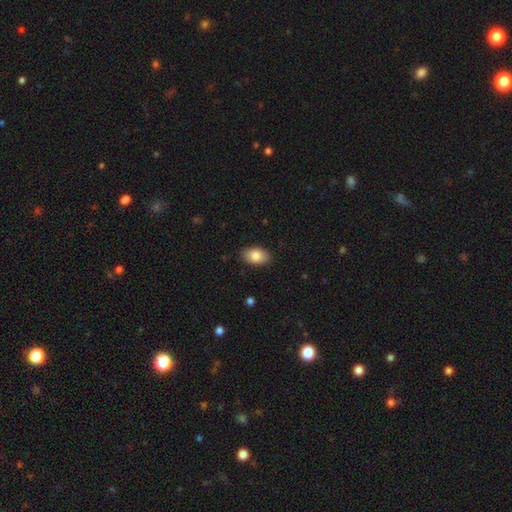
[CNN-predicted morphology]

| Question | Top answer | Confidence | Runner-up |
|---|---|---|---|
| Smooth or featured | smooth | 84% | featured or disk (9%) |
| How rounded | in between | 92% | round (7%) |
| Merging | none | 88% | minor disturbance (9%) |